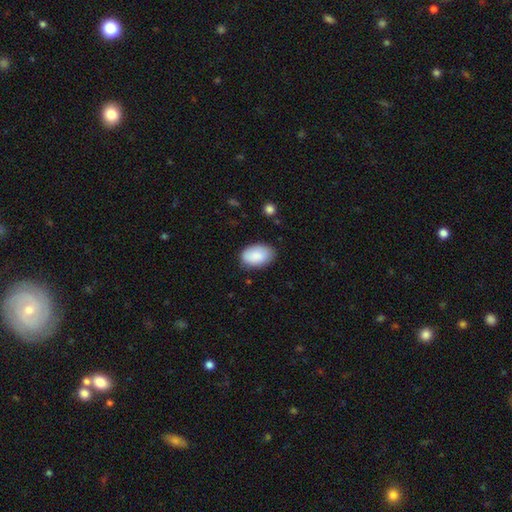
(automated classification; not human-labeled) The model was most divided on "merging": none: 80%, minor disturbance: 16%, major disturbance: 3%, merger: 1%. More confident: how rounded — in between (91%); smooth or featured — smooth (88%).